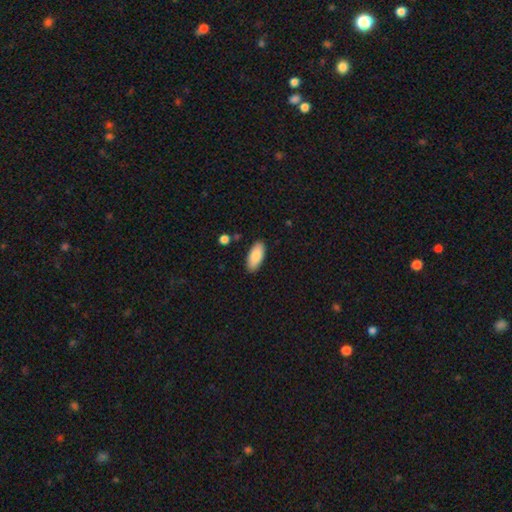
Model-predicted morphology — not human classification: The model was most divided on "smooth or featured": smooth: 86%, featured or disk: 8%, star or artifact: 6%. More confident: how rounded — in between (90%); merging — none (87%).